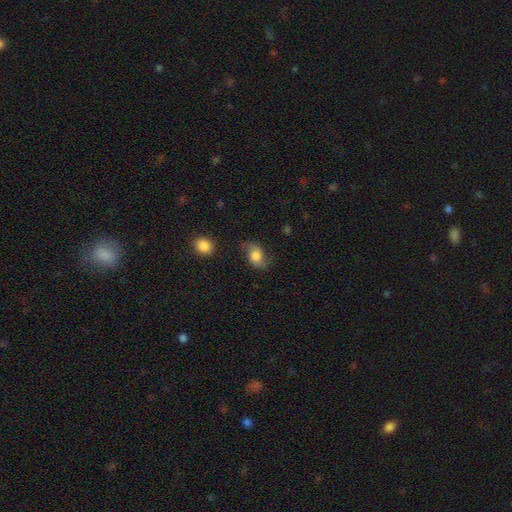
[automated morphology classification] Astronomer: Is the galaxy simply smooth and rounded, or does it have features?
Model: smooth — 54% (runner-up: featured or disk, 37%).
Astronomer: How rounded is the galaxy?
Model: in between — 73%.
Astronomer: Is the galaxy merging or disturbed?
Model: none — 66%.